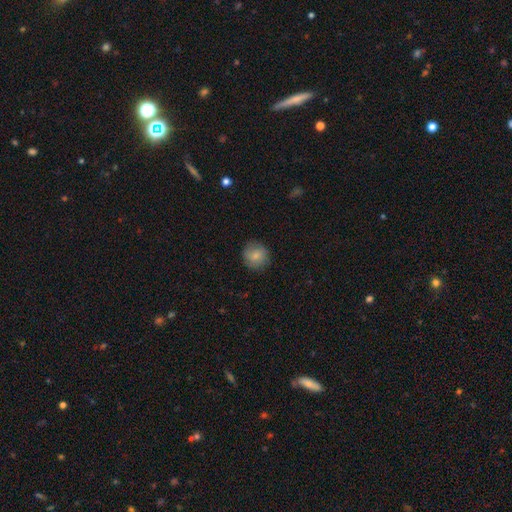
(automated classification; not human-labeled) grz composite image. It shows a smooth galaxy with no disk features (82%) that is round (89%). Merging: none (85%).